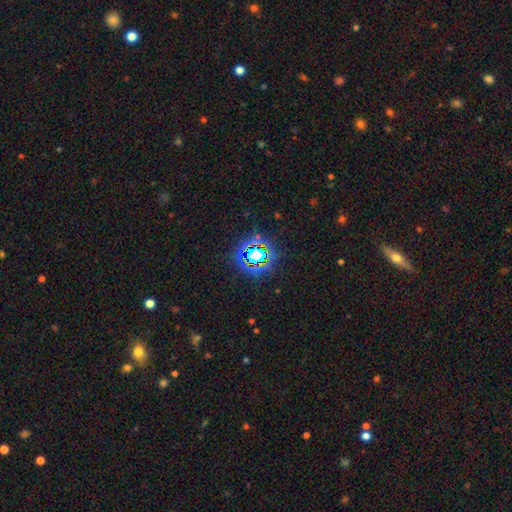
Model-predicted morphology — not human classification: A star or artifact, not a galaxy (74%).